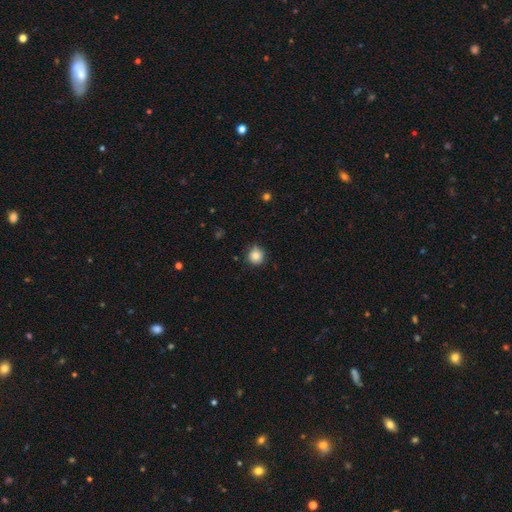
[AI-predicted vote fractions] smooth-or-featured: smooth: 85% | star or artifact: 10% | featured or disk: 5%
  how-rounded: round: 91% | in between: 8% | cigar-shaped: 1%
  merging: none: 79% | minor disturbance: 17% | major disturbance: 3% | merger: 1%